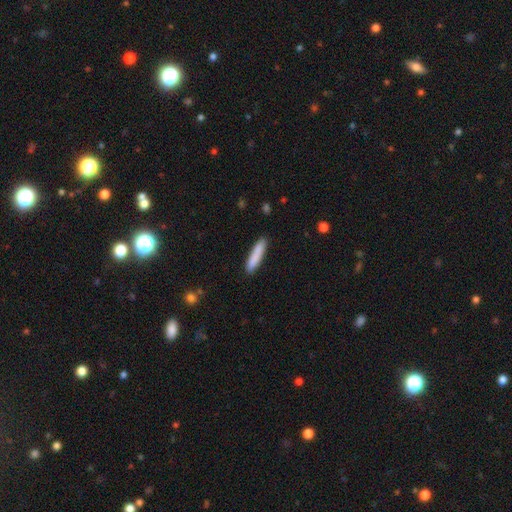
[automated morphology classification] The model was most divided on "smooth or featured": smooth: 86%, featured or disk: 9%, star or artifact: 6%. More confident: merging — none (90%); how rounded — cigar-shaped (89%).